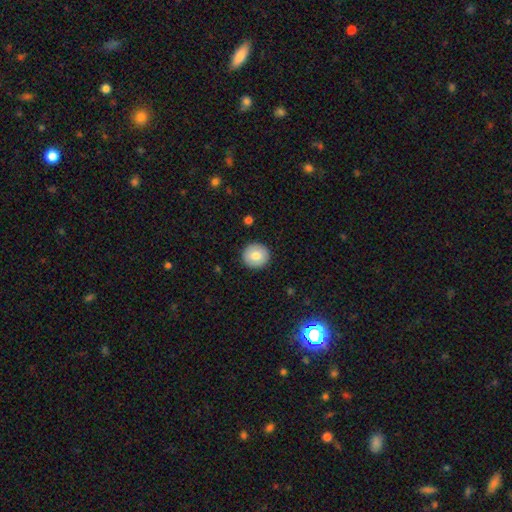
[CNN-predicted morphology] smooth 80%, featured or disk 13%, star or artifact 7%. Down the decision tree: how rounded — round (94%); merging — none (92%).